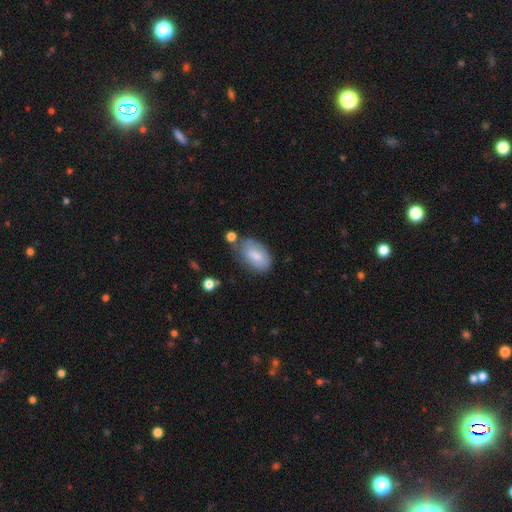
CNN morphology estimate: Q: Smooth or featured?
A: smooth (76%); runner-up: featured or disk (18%)
Q: How rounded?
A: in between (93%); runner-up: round (5%)
Q: Merging?
A: none (58%); runner-up: minor disturbance (25%)